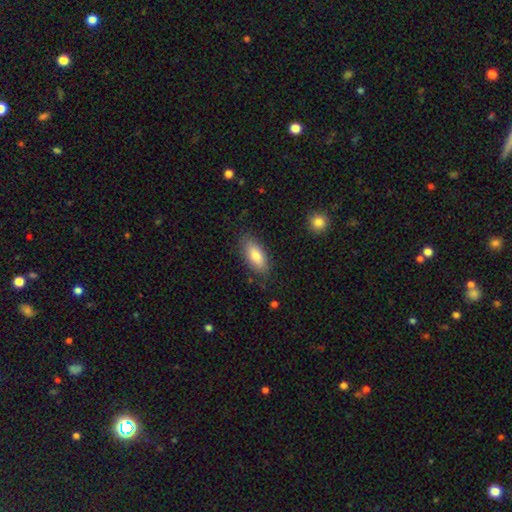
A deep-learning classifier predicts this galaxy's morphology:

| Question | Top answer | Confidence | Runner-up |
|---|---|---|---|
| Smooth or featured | smooth | 79% | featured or disk (14%) |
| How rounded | in between | 81% | cigar-shaped (17%) |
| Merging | none | 82% | minor disturbance (13%) |